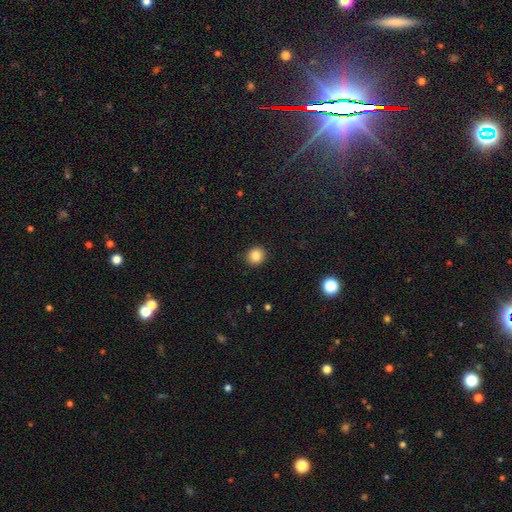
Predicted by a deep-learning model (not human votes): smooth-or-featured: smooth: 86% | star or artifact: 10% | featured or disk: 4%
  how-rounded: round: 88% | in between: 11% | cigar-shaped: 1%
  merging: none: 91% | minor disturbance: 6% | major disturbance: 2% | merger: 1%